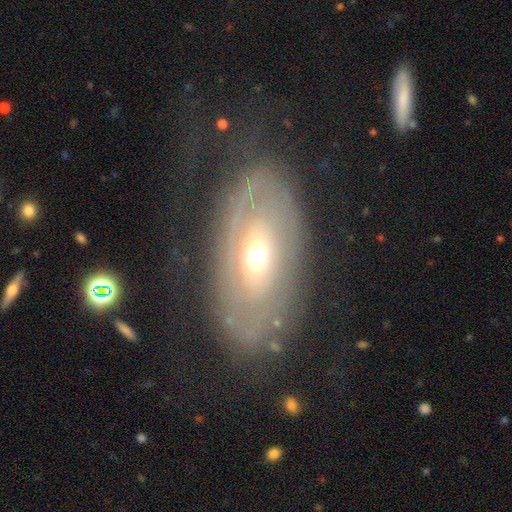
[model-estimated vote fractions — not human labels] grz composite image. It shows a featured or disk galaxy (74%) with no bar (62%), spiral arms (66%) and a moderate central bulge (62%). Merging: none (67%).